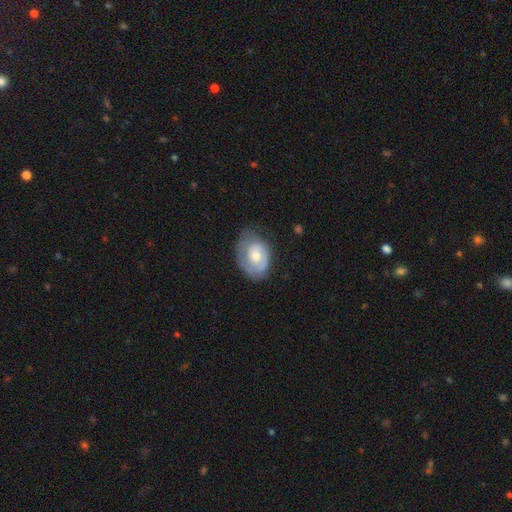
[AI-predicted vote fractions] Smooth or featured? featured or disk (58%)
Edge-on disk? no (96%)
Bar? no (79%)
Spiral arms? yes (69%)
Bulge size? moderate (59%)
Merging? none (60%)